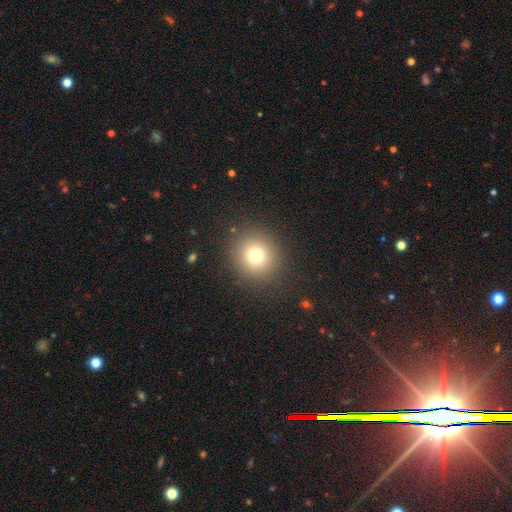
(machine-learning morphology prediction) Overall: smooth (74%). How rounded: round (90%). Merging: none (89%).